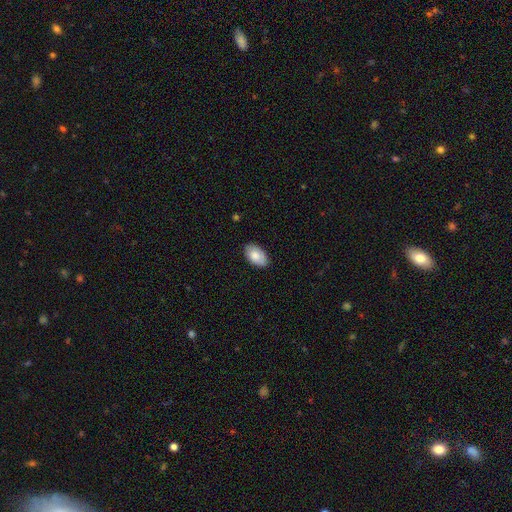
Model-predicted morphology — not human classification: Overall: smooth (82%). How rounded: in between (94%). Merging: none (83%).